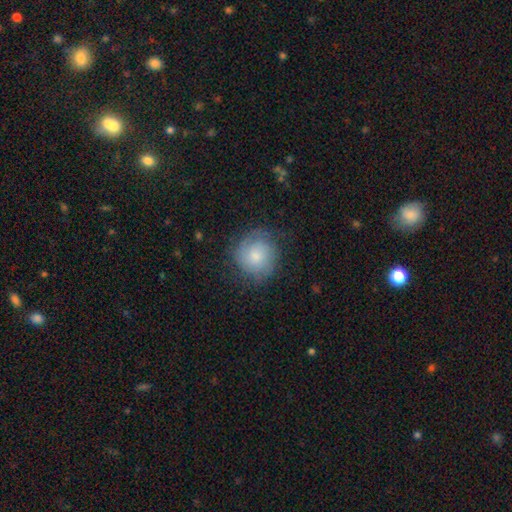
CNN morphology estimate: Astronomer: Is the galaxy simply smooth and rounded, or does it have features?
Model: smooth — 59%.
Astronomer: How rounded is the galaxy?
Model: round — 88%.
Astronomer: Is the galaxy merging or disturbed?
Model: none — 70%.